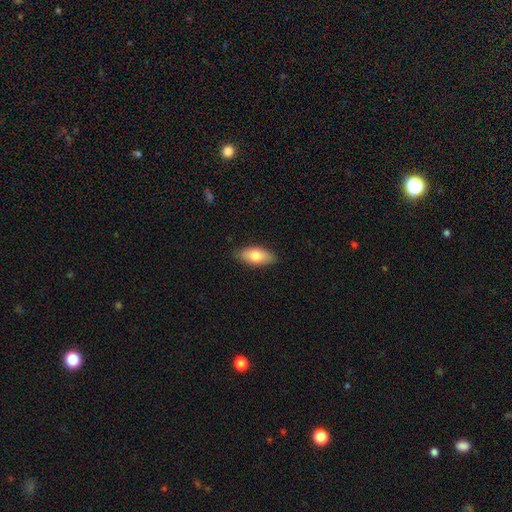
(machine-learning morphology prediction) smooth 77%, featured or disk 16%, star or artifact 6%. Down the decision tree: how rounded — in between (87%); merging — none (86%).